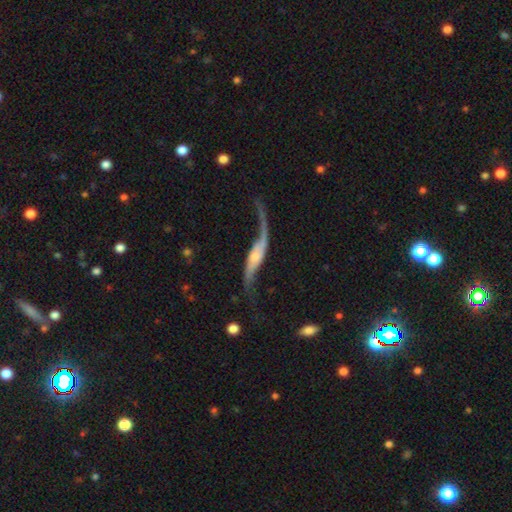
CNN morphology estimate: The model was most divided on "bulge size": small: 45%, moderate: 27%, none: 18%, large: 7%, dominant: 3%. Remaining: spiral winding — loose (95%); spiral arms — yes (92%); spiral arm count — 2 (89%); smooth or featured — featured or disk (82%); edge-on disk — no (78%); bar — no (55%); merging — none (48%).